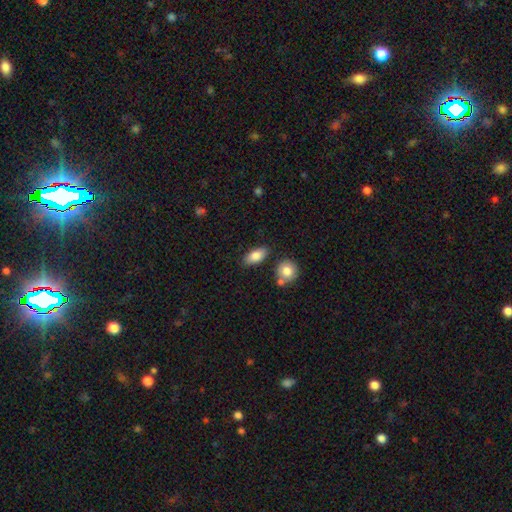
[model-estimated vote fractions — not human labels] Smooth or featured? Predicted: smooth (p=0.83). How rounded? Predicted: in between (p=0.89). Merging? Predicted: none (p=0.80).